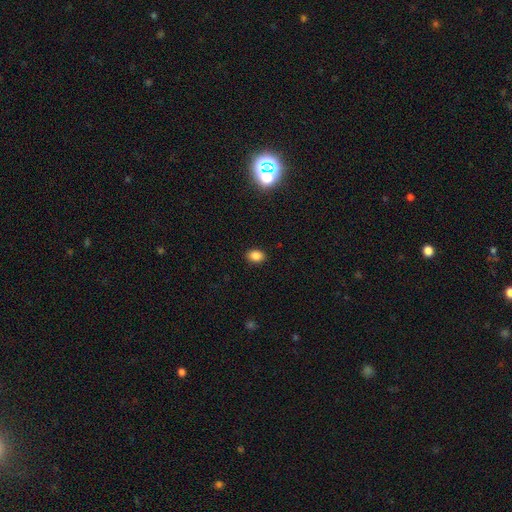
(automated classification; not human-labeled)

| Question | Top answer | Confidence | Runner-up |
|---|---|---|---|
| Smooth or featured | smooth | 85% | star or artifact (11%) |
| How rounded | in between | 71% | round (28%) |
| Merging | none | 89% | minor disturbance (8%) |